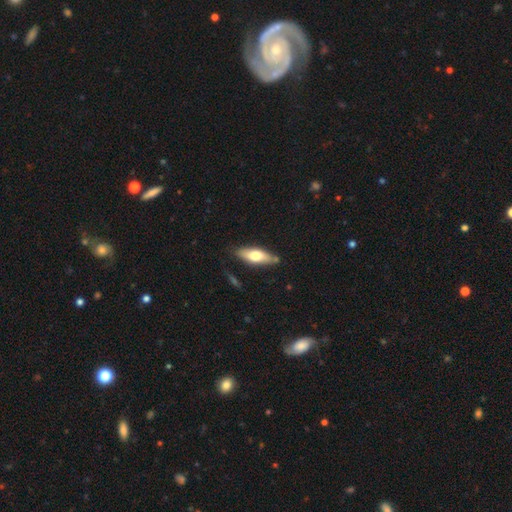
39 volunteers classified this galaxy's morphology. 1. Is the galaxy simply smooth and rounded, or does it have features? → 49% smooth (tied), 49% featured or disk (tied), 3% star or artifact.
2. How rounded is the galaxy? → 53% cigar-shaped, 47% in between, 0% round.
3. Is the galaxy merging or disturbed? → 84% none, 16% minor disturbance, 0% major disturbance, 0% merger.